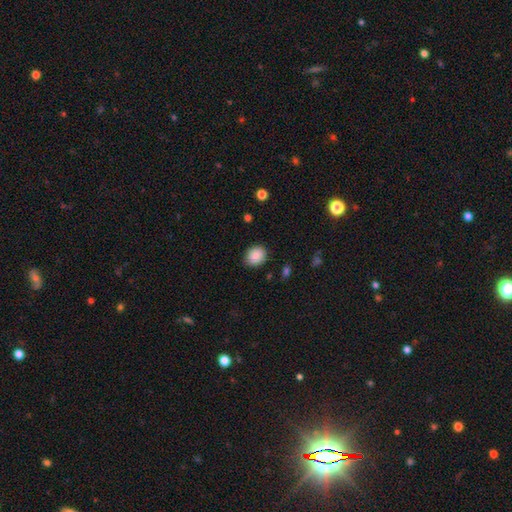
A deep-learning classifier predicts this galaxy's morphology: Overall: smooth (88%). How rounded: round (56%; in between 43%). Merging: none (84%).